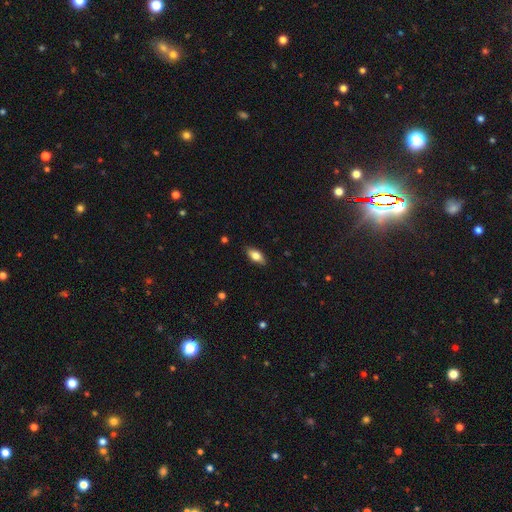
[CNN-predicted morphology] Overall: smooth (74%). How rounded: in between (85%). Merging: none (86%).